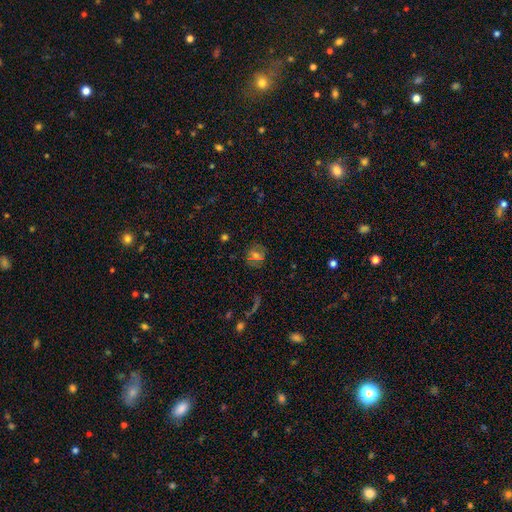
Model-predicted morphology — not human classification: Smooth or featured? Predicted: smooth (p=0.52). How rounded? Predicted: round (p=0.74). Merging? Predicted: none (p=0.77).